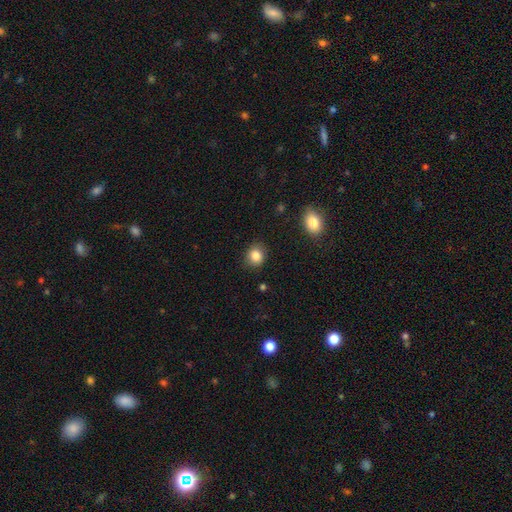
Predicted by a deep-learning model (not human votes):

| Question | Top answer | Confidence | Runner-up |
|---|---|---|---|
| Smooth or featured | smooth | 84% | star or artifact (10%) |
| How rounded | round | 73% | in between (26%) |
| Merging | none | 86% | minor disturbance (11%) |